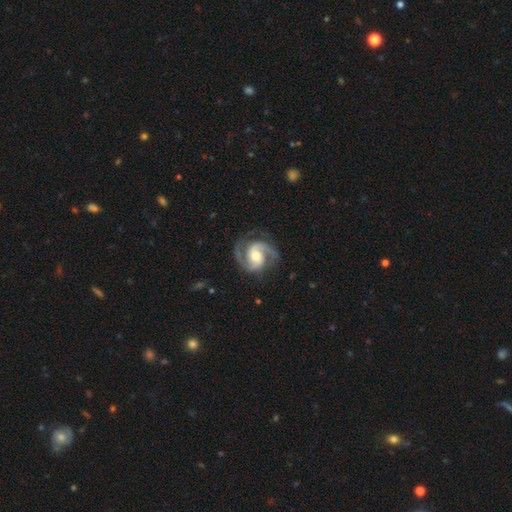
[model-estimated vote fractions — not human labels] A featured or disk galaxy (92%) with no bar (43%), 2 (92%) medium (58%) spiral arms (98%) and a moderate central bulge (64%). Merging: none (80%).